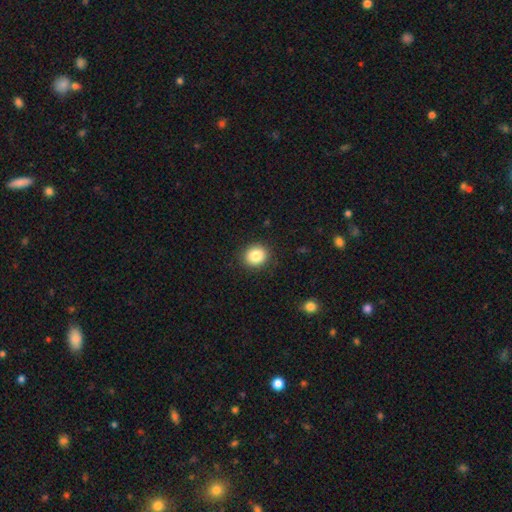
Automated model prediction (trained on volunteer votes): Q: Smooth or featured?
A: smooth (85%); runner-up: star or artifact (10%)
Q: How rounded?
A: round (83%); runner-up: in between (16%)
Q: Merging?
A: none (90%); runner-up: minor disturbance (7%)